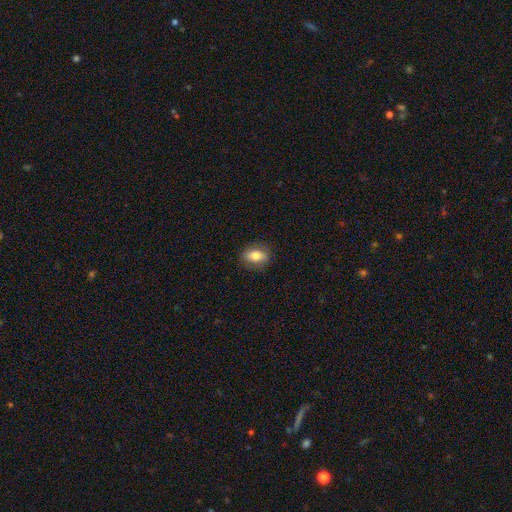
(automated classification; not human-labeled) A smooth galaxy with no disk features (76%) that is in between round and cigar-shaped (80%). Merging: none (84%).